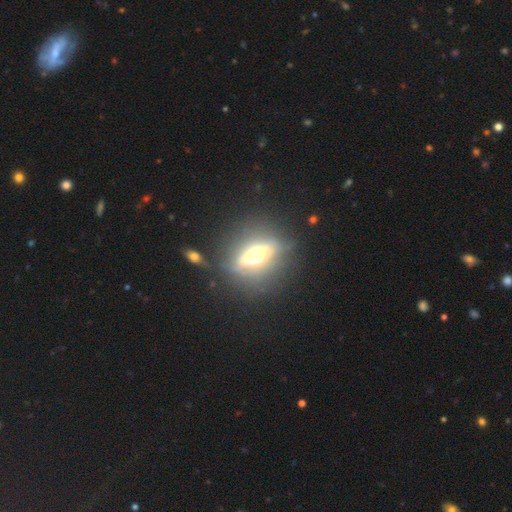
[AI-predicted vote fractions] Smooth or featured: featured or disk — 57% (smooth — 28%)
Edge-on disk: yes — 61% (no — 39%)
Merging: none — 68% (minor disturbance — 15%)